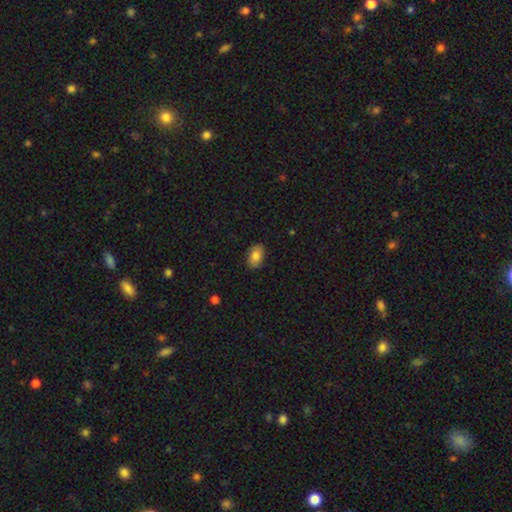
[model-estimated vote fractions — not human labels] smooth_or_featured: smooth (p=0.82) [alt: featured or disk p=0.10]
how_rounded: in between (p=0.89) [alt: round p=0.10]
merging: none (p=0.86) [alt: minor disturbance p=0.11]